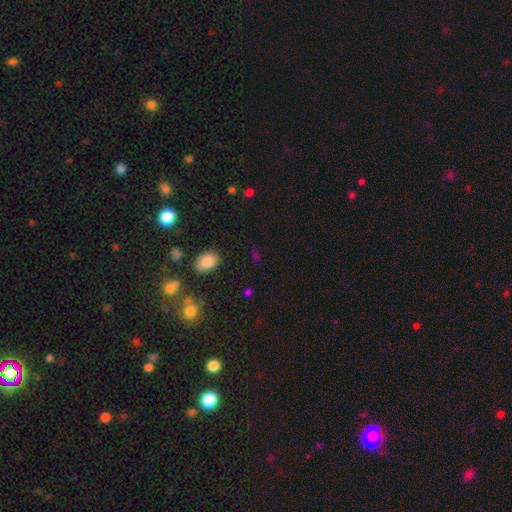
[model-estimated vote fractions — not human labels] Smooth or featured? Predicted: smooth (p=0.61). How rounded? Predicted: in between (p=0.69). Merging? Predicted: none (p=0.76).